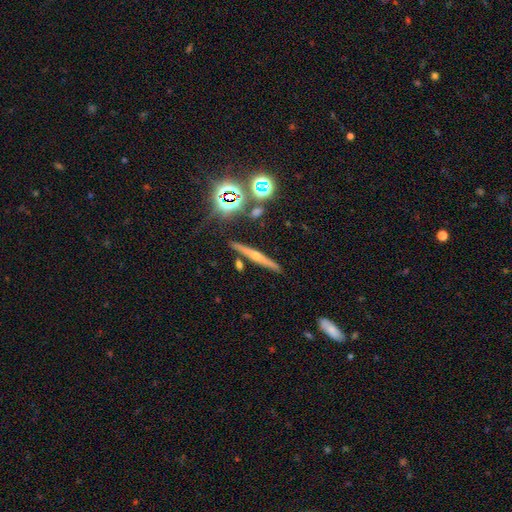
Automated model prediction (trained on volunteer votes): smooth_or_featured: featured or disk (p=0.59) [alt: smooth p=0.22]
disk_edge_on: yes (p=0.96) [alt: no p=0.04]
edge_on_bulge: rounded (p=0.80) [alt: none p=0.14]
merging: none (p=0.87) [alt: minor disturbance p=0.08]